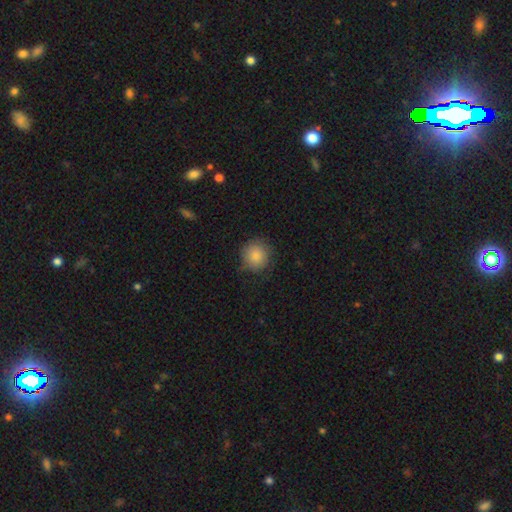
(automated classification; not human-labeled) The model was most divided on "merging": none: 78%, minor disturbance: 17%, major disturbance: 4%, merger: 1%. More confident: how rounded — round (91%); smooth or featured — smooth (86%).